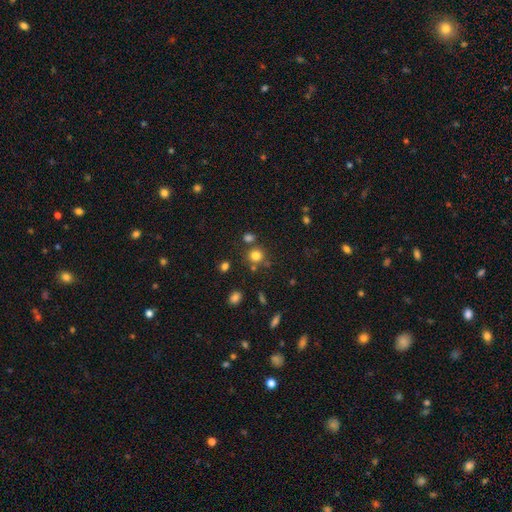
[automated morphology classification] smooth_or_featured: smooth (p=0.78) [alt: star or artifact p=0.15]
how_rounded: round (p=0.88) [alt: in between p=0.11]
merging: none (p=0.72) [alt: merger p=0.14]